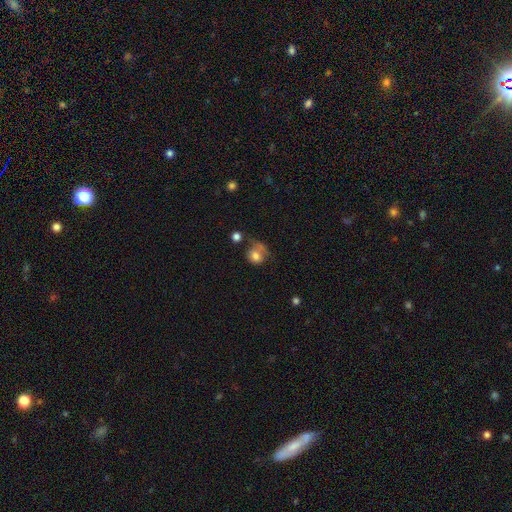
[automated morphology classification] smooth-or-featured: smooth: 73% | featured or disk: 17% | star or artifact: 10%
  how-rounded: round: 73% | in between: 26% | cigar-shaped: 1%
  merging: none: 35% | major disturbance: 25% | minor disturbance: 23% | merger: 16%